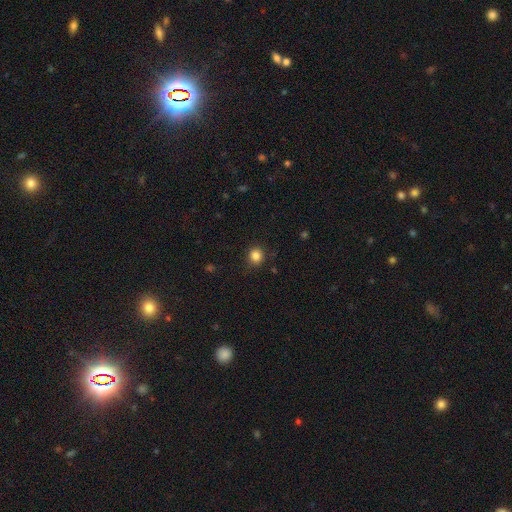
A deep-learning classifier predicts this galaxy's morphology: A smooth galaxy with no disk features (85%) that is round (88%). Merging: none (88%).